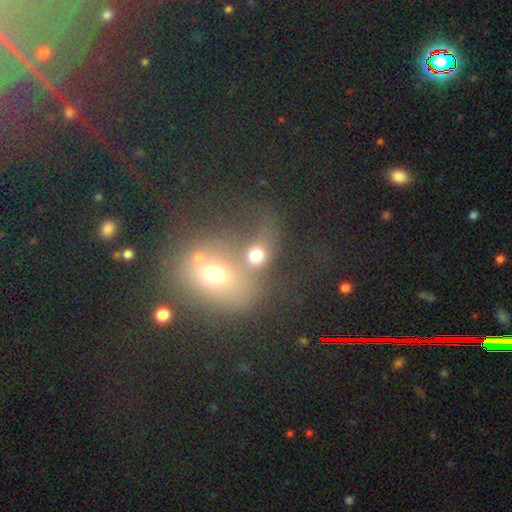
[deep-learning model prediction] A smooth galaxy with no disk features (68%) that is round (64%). Merging: merger (56%).